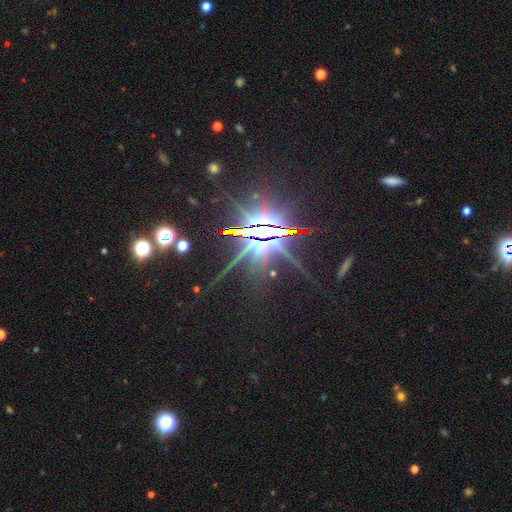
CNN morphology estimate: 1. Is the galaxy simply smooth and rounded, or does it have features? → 84% star or artifact, 11% featured or disk, 5% smooth.